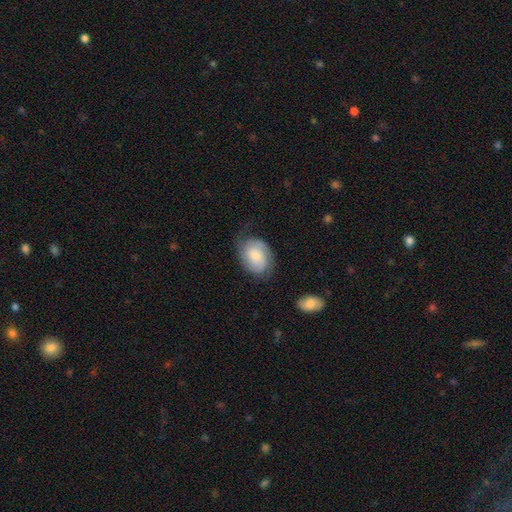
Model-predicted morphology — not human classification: type=featured or disk (51%); edge-on=no (97%); merging=none (64%).